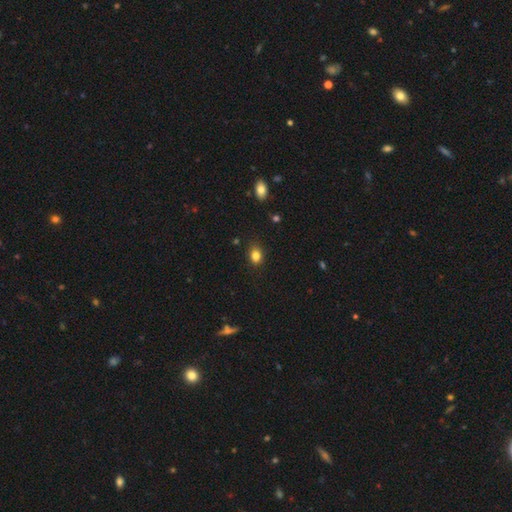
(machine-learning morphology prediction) Smooth or featured?
  - smooth: 83% *
  - star or artifact: 11%
  - featured or disk: 6%
How rounded?
  - in between: 60% *
  - round: 39%
  - cigar-shaped: 1%
Merging?
  - none: 81% *
  - minor disturbance: 14%
  - major disturbance: 3%
  - merger: 2%